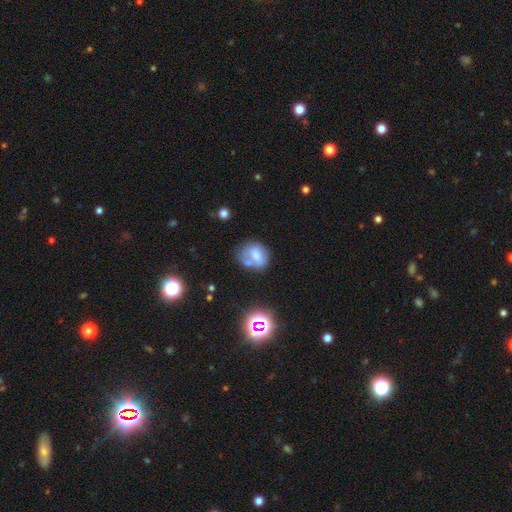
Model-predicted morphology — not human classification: A smooth galaxy with no disk features (53%) that is in between round and cigar-shaped (52%). Merging: none (45%).